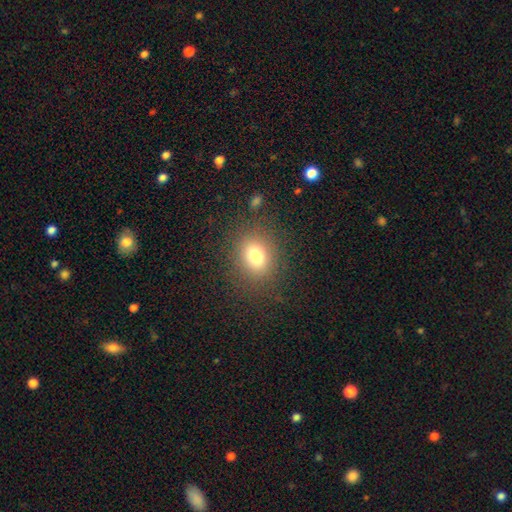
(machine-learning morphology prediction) type=smooth (76%); roundness=round (57%); merging=none (84%).